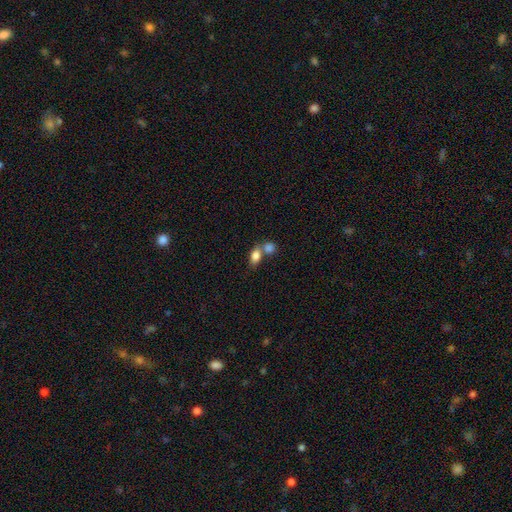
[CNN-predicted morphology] type=smooth (83%); roundness=in between (80%); merging=merger (52%).